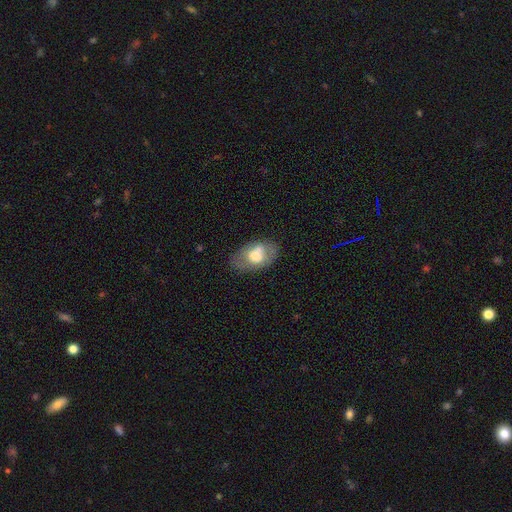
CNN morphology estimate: smooth 60%, featured or disk 33%, star or artifact 7%. Down the decision tree: how rounded — in between (90%); merging — none (62%).